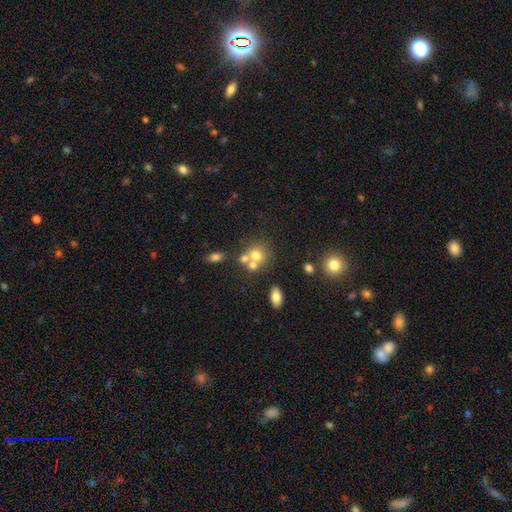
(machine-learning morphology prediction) Overall: smooth (65%). How rounded: round (77%). Merging: merger (45%; none 41%).